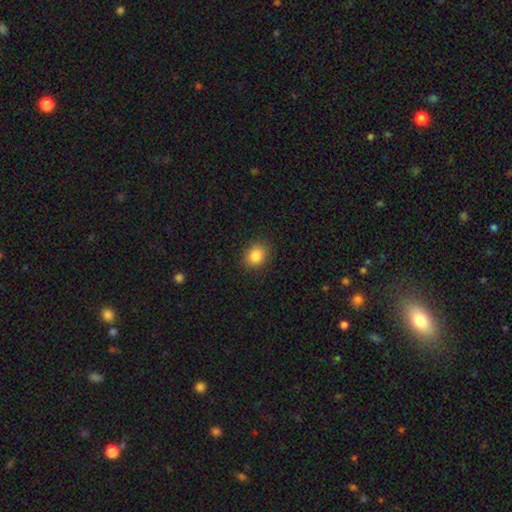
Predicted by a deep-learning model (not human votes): smooth_or_featured: smooth (p=0.85) [alt: star or artifact p=0.10]
how_rounded: round (p=0.60) [alt: in between p=0.39]
merging: none (p=0.88) [alt: minor disturbance p=0.09]